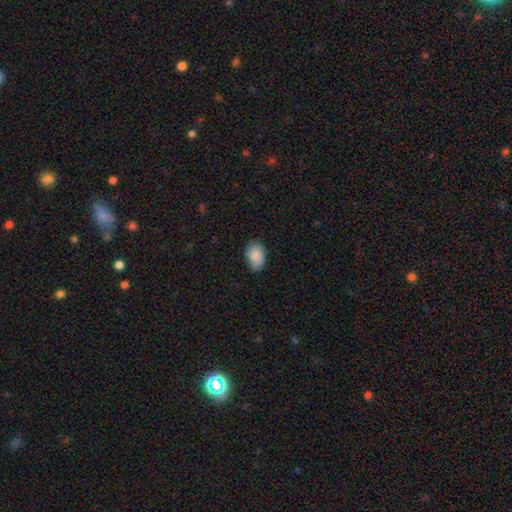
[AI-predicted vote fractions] smooth_or_featured: smooth (p=0.88) [alt: star or artifact p=0.07]
how_rounded: in between (p=0.87) [alt: round p=0.11]
merging: none (p=0.74) [alt: minor disturbance p=0.21]